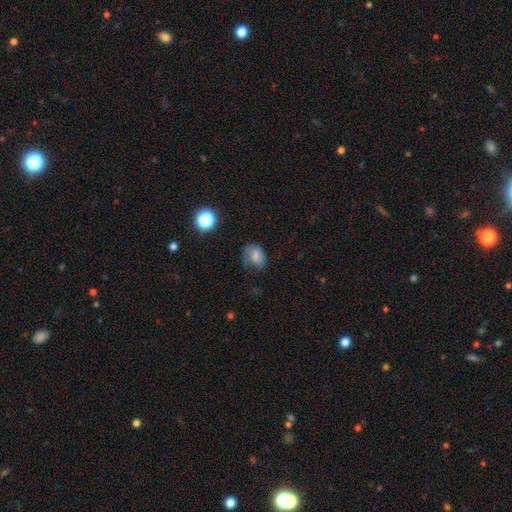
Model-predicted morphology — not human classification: The model was most divided on "merging": none: 46%, minor disturbance: 30%, major disturbance: 22%, merger: 2%. More confident: how rounded — in between (71%); smooth or featured — smooth (66%).